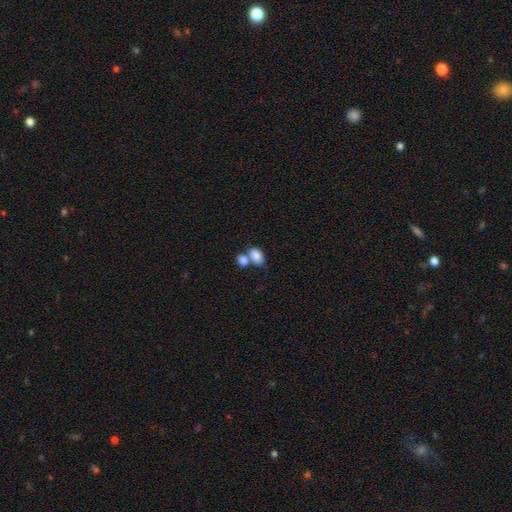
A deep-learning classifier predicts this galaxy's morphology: Smooth or featured? smooth (84%)
How rounded? in between (86%)
Merging? merger (56%)